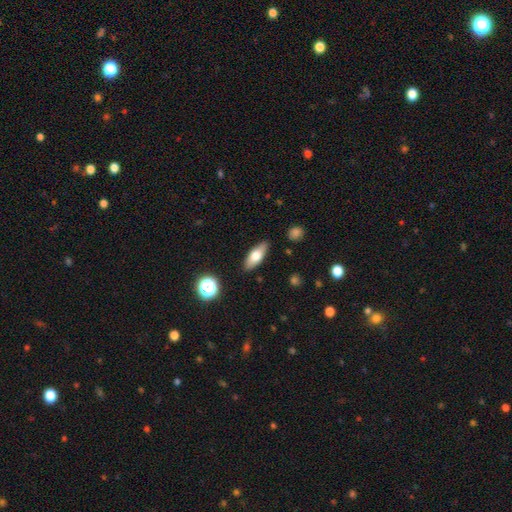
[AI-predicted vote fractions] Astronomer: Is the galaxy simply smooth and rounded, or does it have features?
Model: smooth — 67%.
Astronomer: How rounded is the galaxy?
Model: in between — 70%.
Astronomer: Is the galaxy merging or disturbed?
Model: none — 86%.